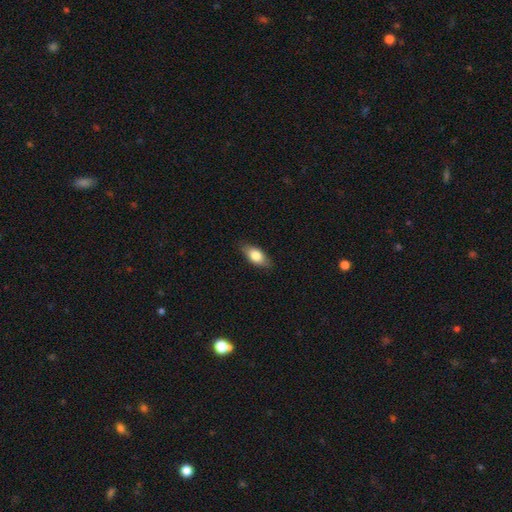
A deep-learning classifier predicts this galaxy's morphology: Smooth or featured?
  - smooth: 76% *
  - featured or disk: 18%
  - star or artifact: 7%
How rounded?
  - in between: 84% *
  - cigar-shaped: 11%
  - round: 4%
Merging?
  - none: 84% *
  - minor disturbance: 12%
  - major disturbance: 2%
  - merger: 1%